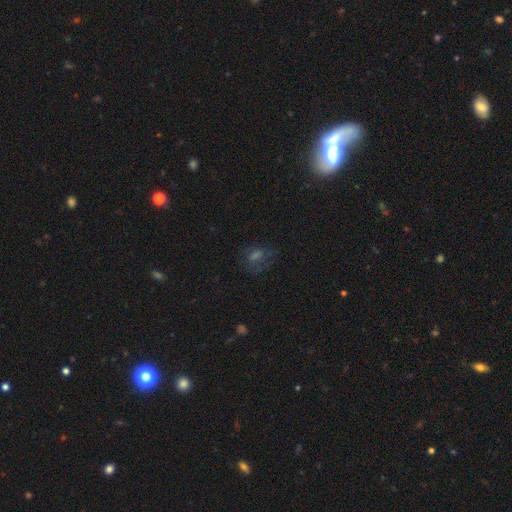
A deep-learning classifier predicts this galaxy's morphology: type=smooth (38%); merging=none (59%).